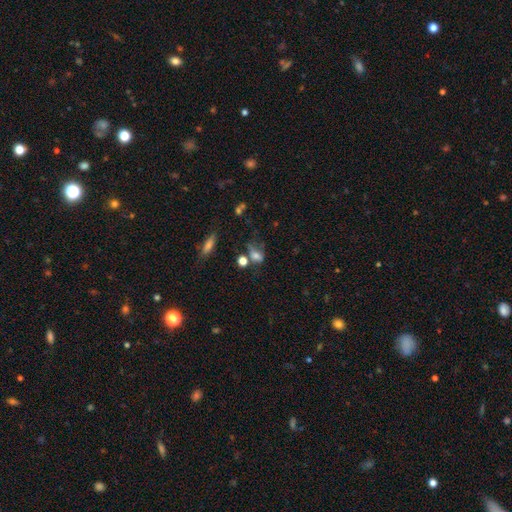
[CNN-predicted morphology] A smooth galaxy with no disk features (65%) that is in between round and cigar-shaped (66%).

Vote fractions:
- Smooth or featured? smooth: 65% / featured or disk: 18% / star or artifact: 16%
- How rounded? in between: 66% / round: 29% / cigar-shaped: 6%
- Merging? none: 34% / minor disturbance: 24% / major disturbance: 21% / merger: 20%